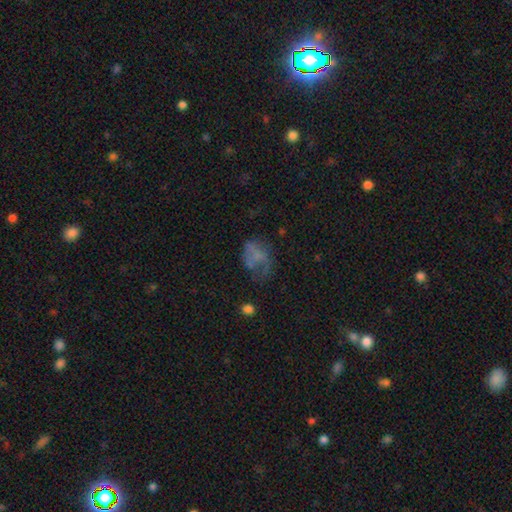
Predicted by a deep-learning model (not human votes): Q: Smooth or featured?
A: smooth (48%); runner-up: featured or disk (37%)
Q: Merging?
A: major disturbance (40%); runner-up: none (30%)